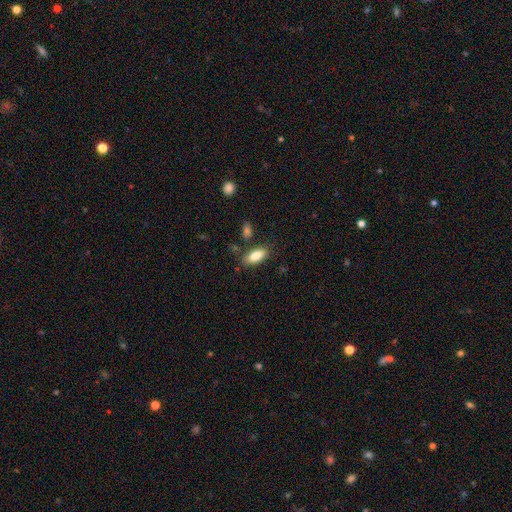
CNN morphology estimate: Smooth or featured?
  - smooth: 85% *
  - featured or disk: 8%
  - star or artifact: 7%
How rounded?
  - in between: 86% *
  - cigar-shaped: 12%
  - round: 2%
Merging?
  - none: 79% *
  - minor disturbance: 13%
  - merger: 5%
  - major disturbance: 3%